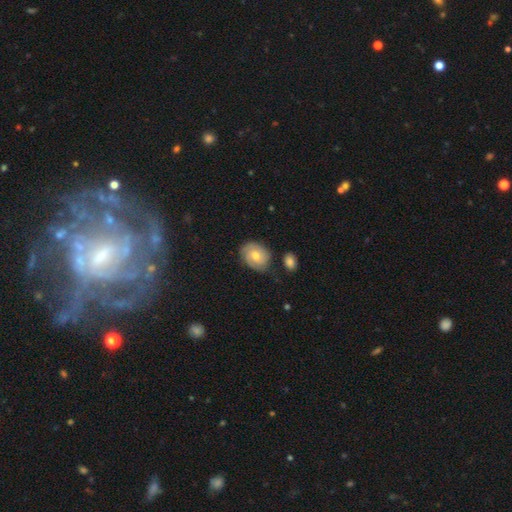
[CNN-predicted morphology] This appears to be a featured or disk galaxy (49%). Merging: none (69%).